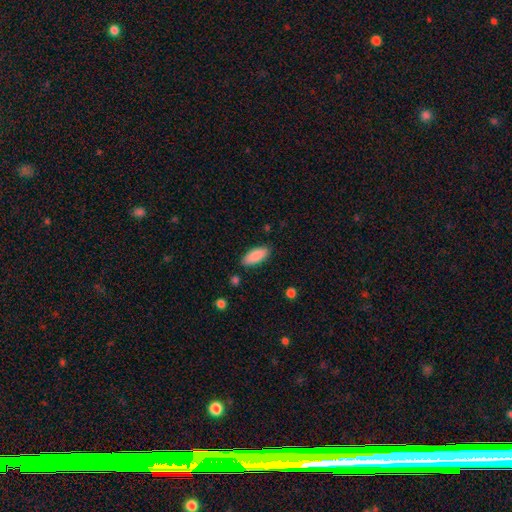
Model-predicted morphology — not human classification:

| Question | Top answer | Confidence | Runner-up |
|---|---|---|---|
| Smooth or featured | smooth | 89% | star or artifact (6%) |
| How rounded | in between | 82% | cigar-shaped (16%) |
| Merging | none | 86% | minor disturbance (10%) |